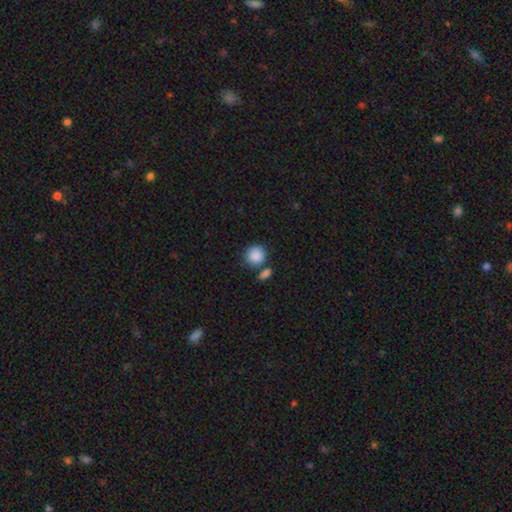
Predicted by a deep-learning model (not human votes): smooth 88%, star or artifact 8%, featured or disk 4%. Down the decision tree: how rounded — round (86%); merging — none (63%).